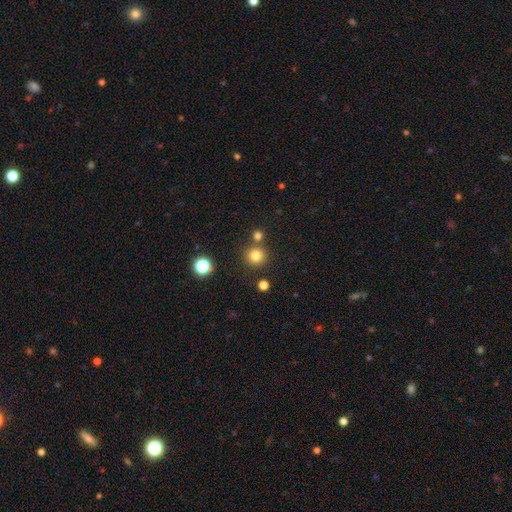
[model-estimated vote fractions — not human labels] A smooth galaxy with no disk features (80%) that is round (94%). Merging: none (80%).